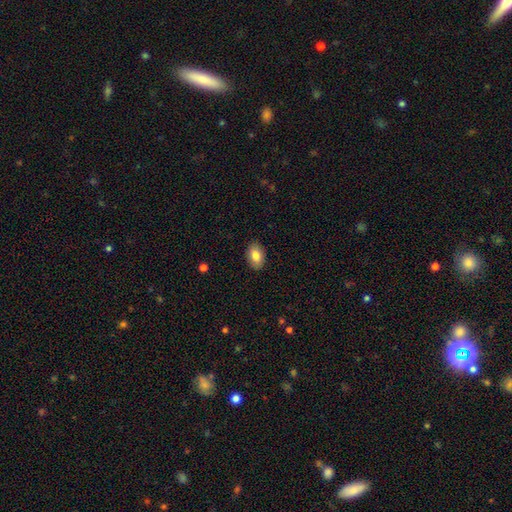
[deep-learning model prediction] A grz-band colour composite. It shows a smooth galaxy with no disk features (83%) that is in between round and cigar-shaped (89%). Merging: none (89%).